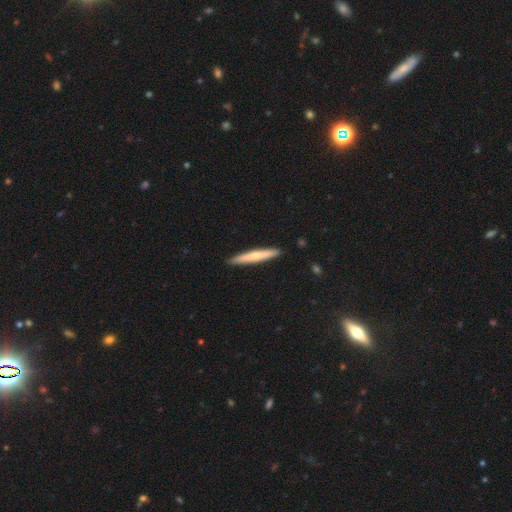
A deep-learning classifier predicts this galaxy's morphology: Q: Smooth or featured?
A: smooth (57%); runner-up: featured or disk (38%)
Q: How rounded?
A: cigar-shaped (95%); runner-up: in between (4%)
Q: Merging?
A: none (91%); runner-up: minor disturbance (7%)